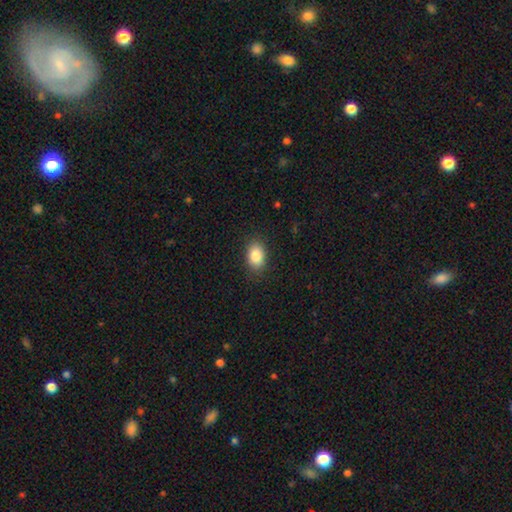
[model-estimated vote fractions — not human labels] A smooth galaxy with no disk features (86%) that is in between round and cigar-shaped (84%).

Vote fractions:
- Smooth or featured? smooth: 86% / star or artifact: 8% / featured or disk: 6%
- How rounded? in between: 84% / round: 15% / cigar-shaped: 1%
- Merging? none: 86% / minor disturbance: 10% / major disturbance: 3% / merger: 1%